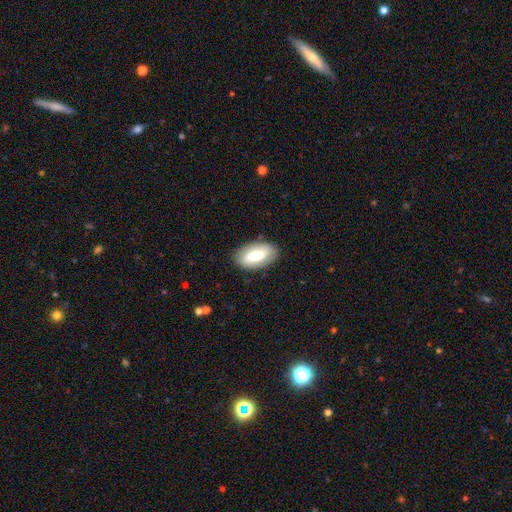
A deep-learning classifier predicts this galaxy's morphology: A smooth galaxy with no disk features (60%) that is in between round and cigar-shaped (93%).

Vote fractions:
- Smooth or featured? smooth: 60% / featured or disk: 34% / star or artifact: 6%
- How rounded? in between: 93% / round: 4% / cigar-shaped: 3%
- Merging? none: 87% / minor disturbance: 9% / major disturbance: 3% / merger: 1%